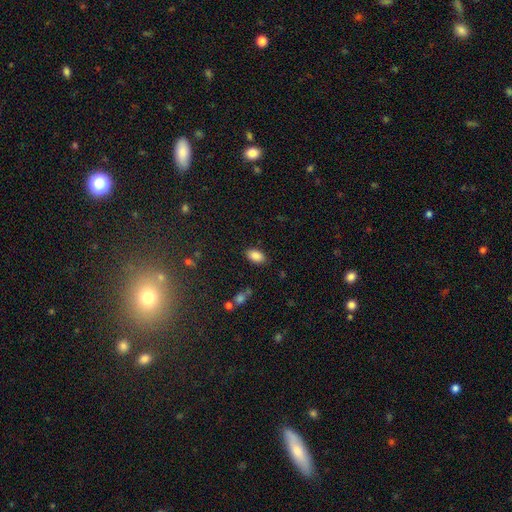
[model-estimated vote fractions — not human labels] A smooth galaxy with no disk features (87%) that is in between round and cigar-shaped (92%).

Vote fractions:
- Smooth or featured? smooth: 87% / star or artifact: 8% / featured or disk: 5%
- How rounded? in between: 92% / round: 6% / cigar-shaped: 2%
- Merging? none: 85% / minor disturbance: 11% / major disturbance: 3% / merger: 2%